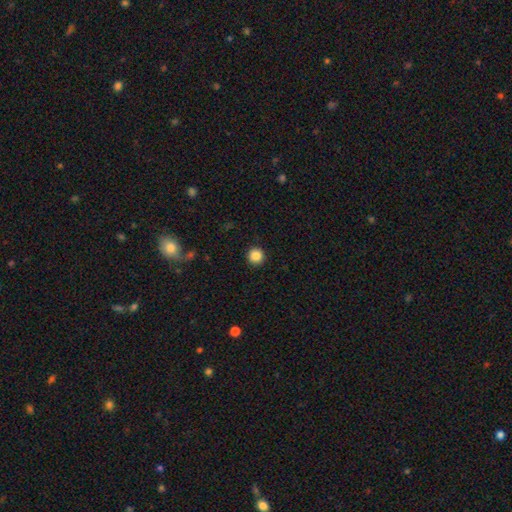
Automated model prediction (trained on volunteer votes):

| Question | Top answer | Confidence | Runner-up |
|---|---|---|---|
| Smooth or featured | smooth | 86% | star or artifact (10%) |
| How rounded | round | 96% | in between (3%) |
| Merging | none | 92% | minor disturbance (5%) |